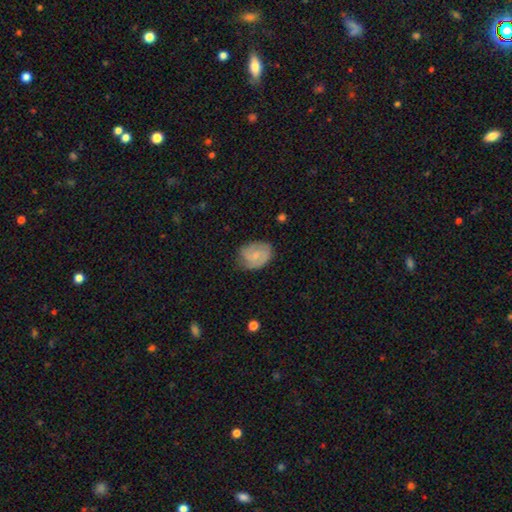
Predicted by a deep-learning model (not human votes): A smooth galaxy with no disk features (47%).

Vote fractions:
- Smooth or featured? smooth: 47% / featured or disk: 46% / star or artifact: 7%
- Merging? none: 67% / minor disturbance: 25% / major disturbance: 7% / merger: 1%